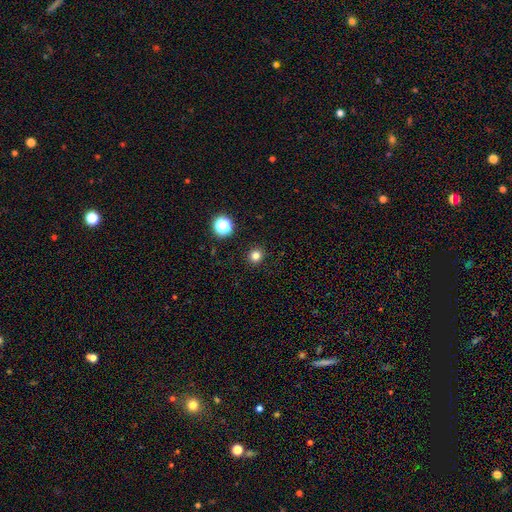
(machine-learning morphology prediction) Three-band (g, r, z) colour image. It shows a smooth galaxy with no disk features (80%) that is round (91%). Merging: none (92%).